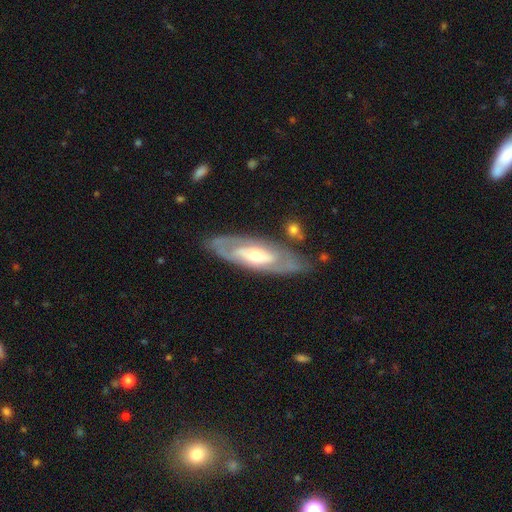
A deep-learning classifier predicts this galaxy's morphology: Smooth or featured?
  - featured or disk: 74% *
  - smooth: 22%
  - star or artifact: 5%
Edge-on disk?
  - no: 82% *
  - yes: 18%
Bar?
  - no: 59% *
  - weak: 26%
  - strong: 15%
Spiral arms?
  - yes: 62% *
  - no: 38%
Bulge size?
  - moderate: 62% *
  - small: 29%
  - large: 7%
  - dominant: 1%
  - none: 1%
Merging?
  - none: 76% *
  - minor disturbance: 15%
  - major disturbance: 6%
  - merger: 3%